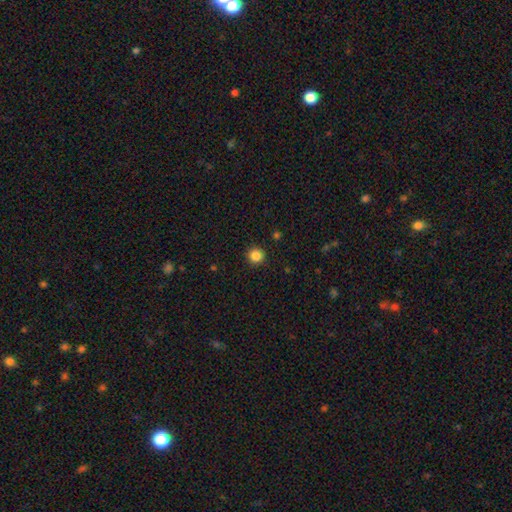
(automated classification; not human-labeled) smooth-or-featured: smooth: 85% | star or artifact: 11% | featured or disk: 3%
  how-rounded: round: 95% | in between: 4% | cigar-shaped: 1%
  merging: none: 92% | minor disturbance: 5% | major disturbance: 2% | merger: 1%